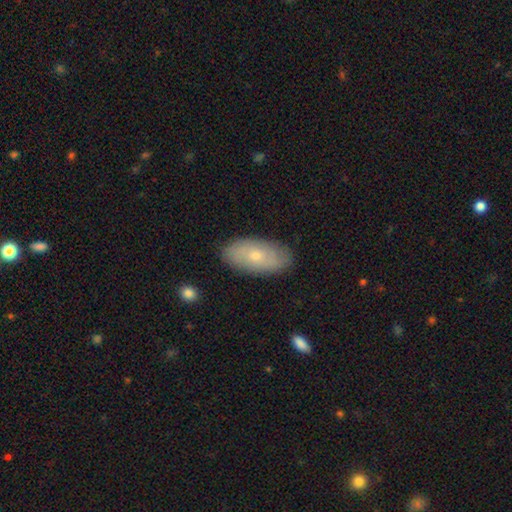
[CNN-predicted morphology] A smooth galaxy with no disk features (61%) that is in between round and cigar-shaped (93%).

Vote fractions:
- Smooth or featured? smooth: 61% / featured or disk: 33% / star or artifact: 7%
- How rounded? in between: 93% / cigar-shaped: 4% / round: 3%
- Merging? none: 84% / minor disturbance: 12% / major disturbance: 2% / merger: 1%